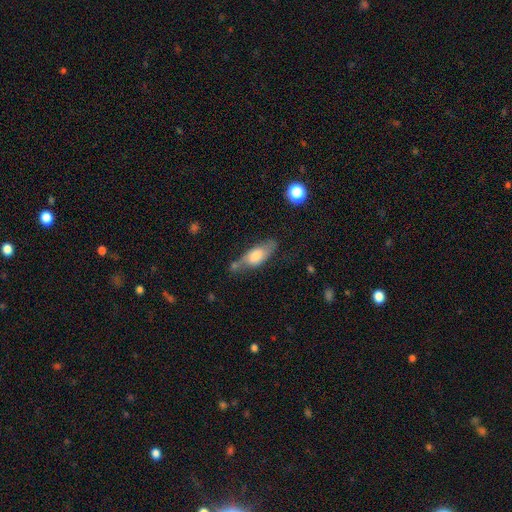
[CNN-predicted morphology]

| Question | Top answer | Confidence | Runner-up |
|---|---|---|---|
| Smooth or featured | smooth | 59% | featured or disk (33%) |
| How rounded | in between | 68% | cigar-shaped (29%) |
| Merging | none | 53% | minor disturbance (26%) |